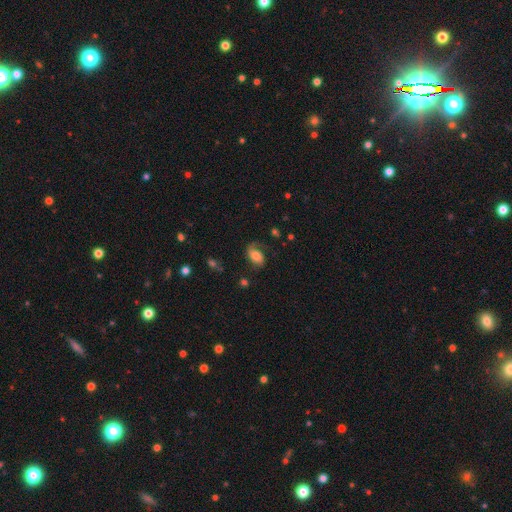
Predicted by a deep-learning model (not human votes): Smooth or featured: featured or disk — 50% (smooth — 41%)
Merging: none — 51% (major disturbance — 25%)